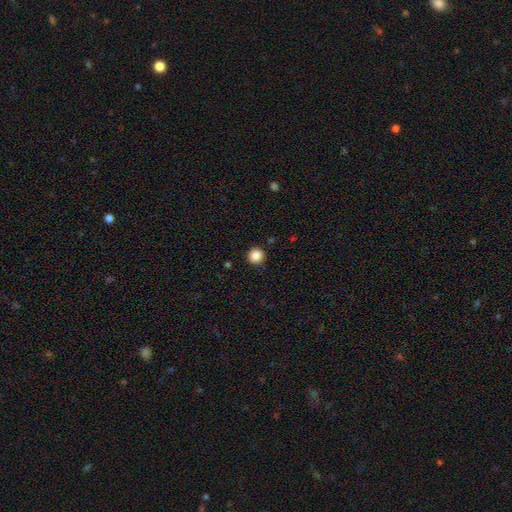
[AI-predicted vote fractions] A smooth galaxy with no disk features (86%) that is round (95%).

Vote fractions:
- Smooth or featured? smooth: 86% / star or artifact: 10% / featured or disk: 3%
- How rounded? round: 95% / in between: 4% / cigar-shaped: 1%
- Merging? none: 92% / minor disturbance: 5% / major disturbance: 2% / merger: 1%